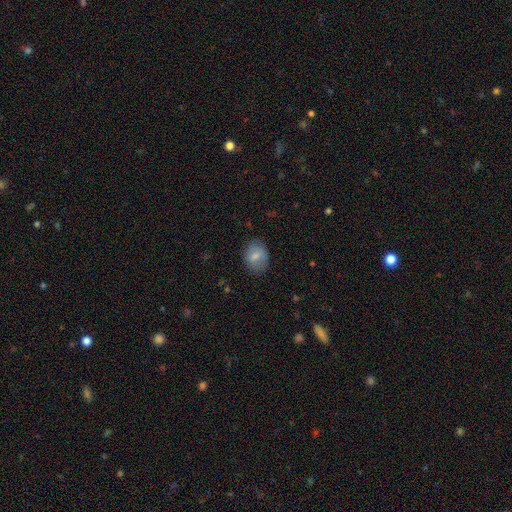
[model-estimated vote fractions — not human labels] Overall: smooth (76%). How rounded: in between (67%; round 31%). Merging: none (79%).